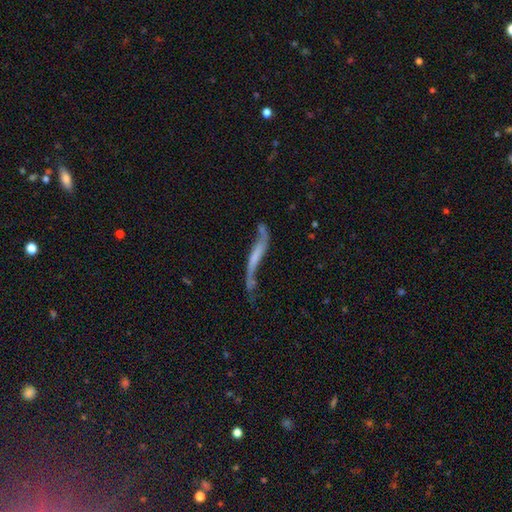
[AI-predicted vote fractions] A featured or disk galaxy (69%). Merging: none (38%).